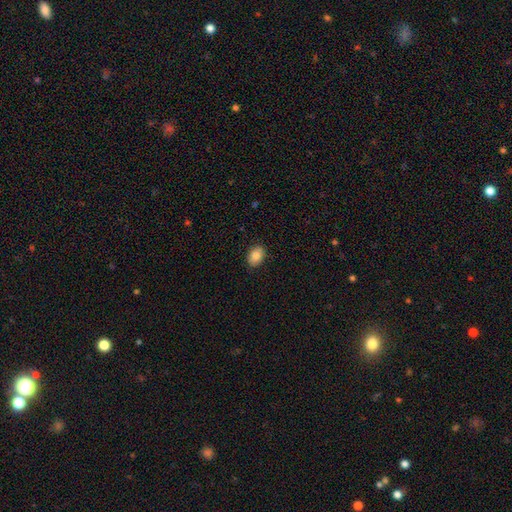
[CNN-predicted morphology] Smooth or featured? Predicted: smooth (p=0.85). How rounded? Predicted: in between (p=0.78). Merging? Predicted: none (p=0.89).